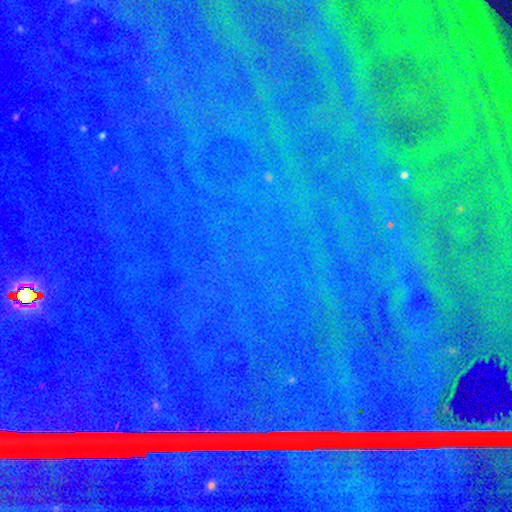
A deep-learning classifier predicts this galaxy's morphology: Smooth or featured: star or artifact — 85% (featured or disk — 8%)